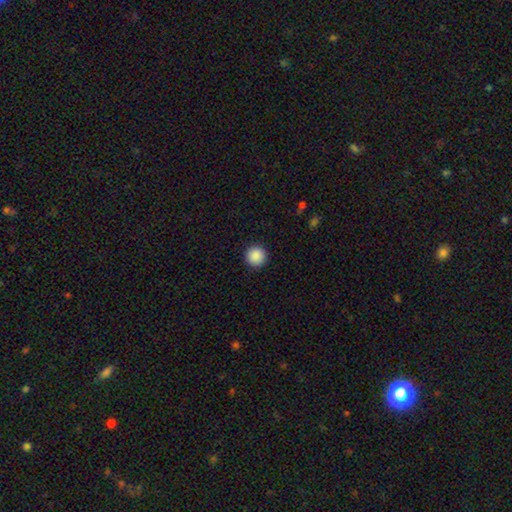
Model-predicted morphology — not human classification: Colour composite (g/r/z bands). It shows a smooth galaxy with no disk features (89%) that is round (96%). Merging: none (93%).